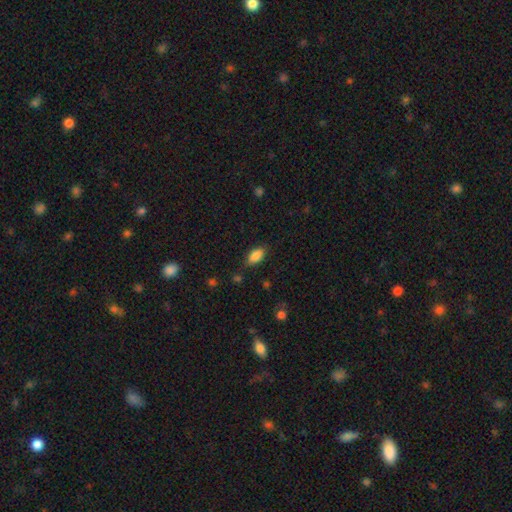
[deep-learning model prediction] smooth 85%, star or artifact 8%, featured or disk 7%. Down the decision tree: how rounded — in between (91%); merging — none (80%).